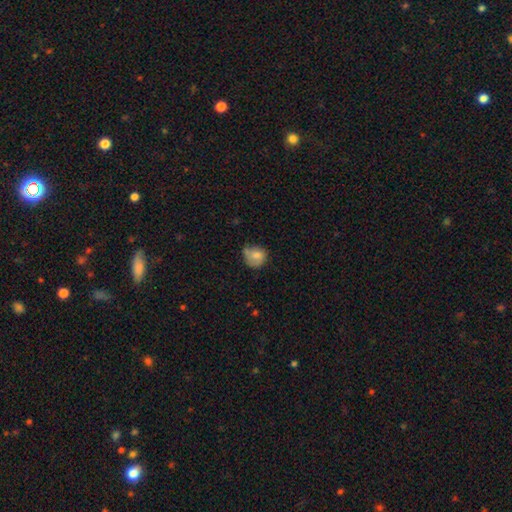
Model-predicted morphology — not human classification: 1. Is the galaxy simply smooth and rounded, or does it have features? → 75% smooth, 16% featured or disk, 9% star or artifact.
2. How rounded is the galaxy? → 73% round, 26% in between, 1% cigar-shaped.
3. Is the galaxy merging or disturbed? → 44% none, 36% minor disturbance, 14% major disturbance, 7% merger.